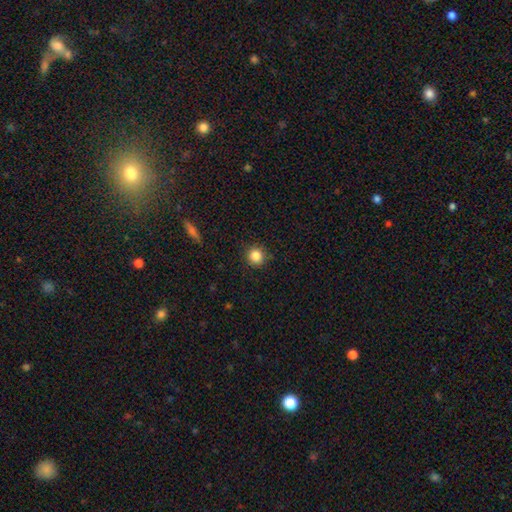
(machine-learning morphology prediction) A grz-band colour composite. It shows a smooth galaxy with no disk features (85%) that is round (93%). Merging: none (89%).